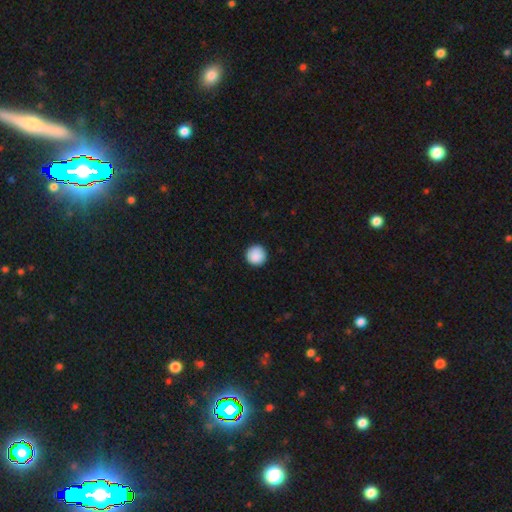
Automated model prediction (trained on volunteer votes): Q: Smooth or featured?
A: smooth (89%); runner-up: star or artifact (8%)
Q: How rounded?
A: round (96%); runner-up: in between (3%)
Q: Merging?
A: none (92%); runner-up: minor disturbance (6%)